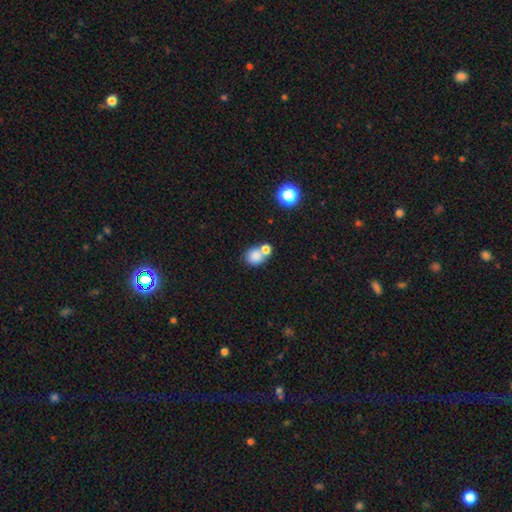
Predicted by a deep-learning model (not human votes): This appears to be a smooth galaxy with no disk features (81%) that is round (70%). Merging: merger (49%).